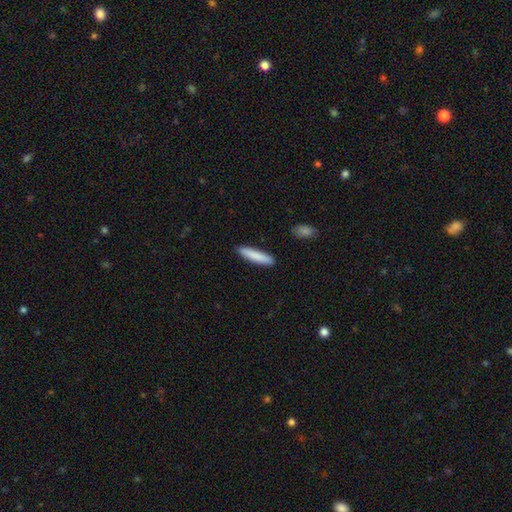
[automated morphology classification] This is clearly a smooth galaxy (84%). How rounded: clearly cigar-shaped (88%). Merging: clearly none (91%).